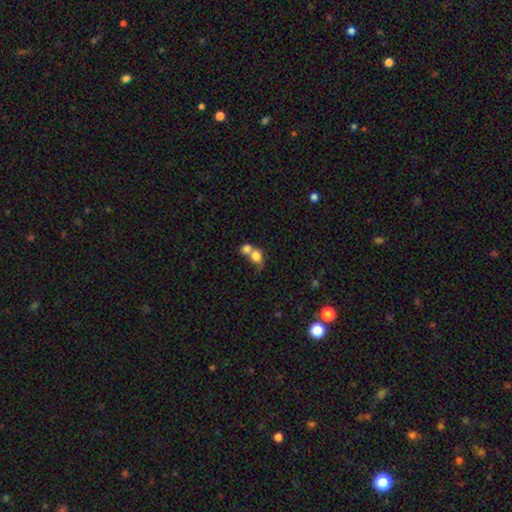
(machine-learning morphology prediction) A smooth galaxy with no disk features (77%) that is round (54%). Merging: merger (68%).